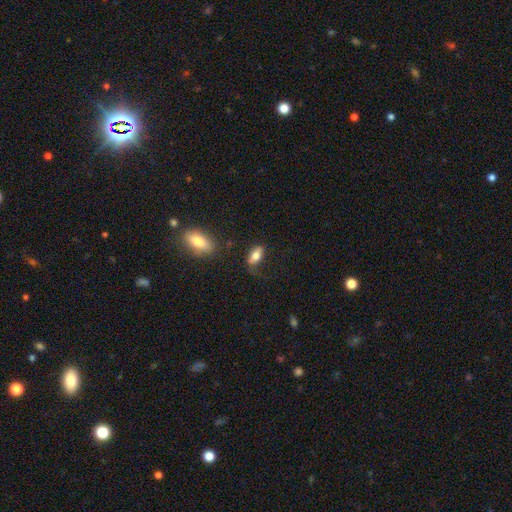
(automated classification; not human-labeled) This is likely a smooth galaxy (77%). How rounded: clearly in between (87%). Merging: possibly none (55%).